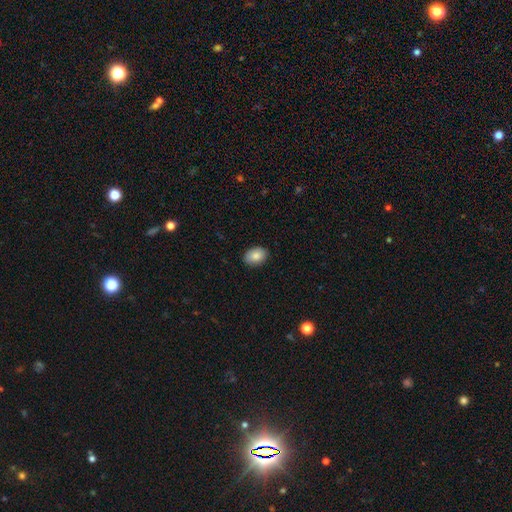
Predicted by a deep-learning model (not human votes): Smooth or featured?
  - smooth: 86% *
  - star or artifact: 7%
  - featured or disk: 7%
How rounded?
  - in between: 78% *
  - round: 21%
  - cigar-shaped: 1%
Merging?
  - none: 89% *
  - minor disturbance: 9%
  - major disturbance: 2%
  - merger: 1%